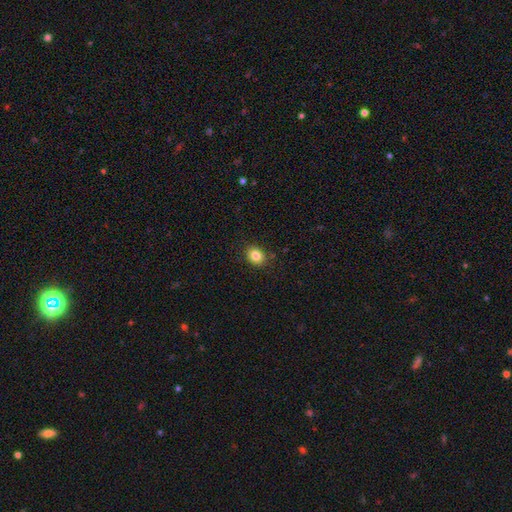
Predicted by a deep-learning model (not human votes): Overall: smooth (83%). How rounded: round (60%; in between 39%). Merging: none (87%).